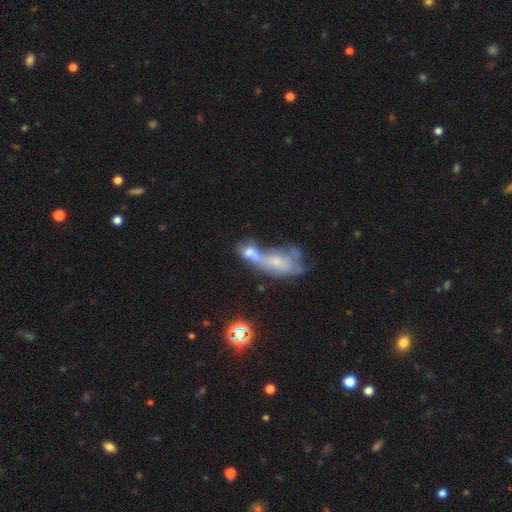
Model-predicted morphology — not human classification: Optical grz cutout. It shows a featured or disk galaxy (44%). Merging: merger (64%).